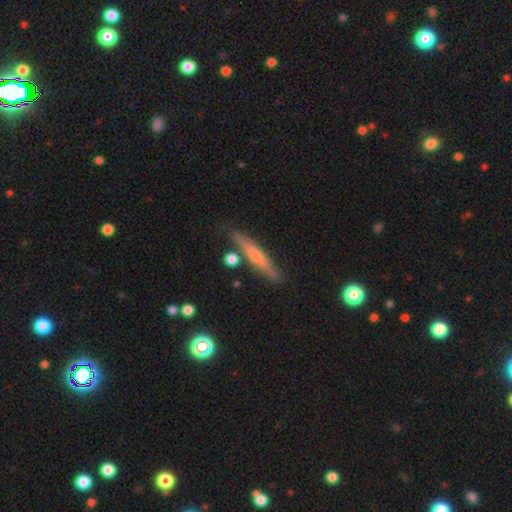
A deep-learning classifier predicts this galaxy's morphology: Smooth or featured?
  - featured or disk: 47% *
  - smooth: 46%
  - star or artifact: 7%
Merging?
  - none: 82% *
  - minor disturbance: 11%
  - merger: 4%
  - major disturbance: 2%